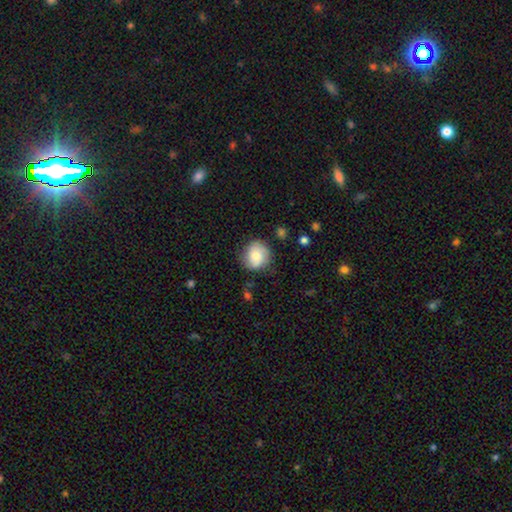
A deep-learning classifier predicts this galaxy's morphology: The model was most divided on "smooth or featured": smooth: 72%, featured or disk: 20%, star or artifact: 8%. More confident: how rounded — round (80%); merging — none (73%).